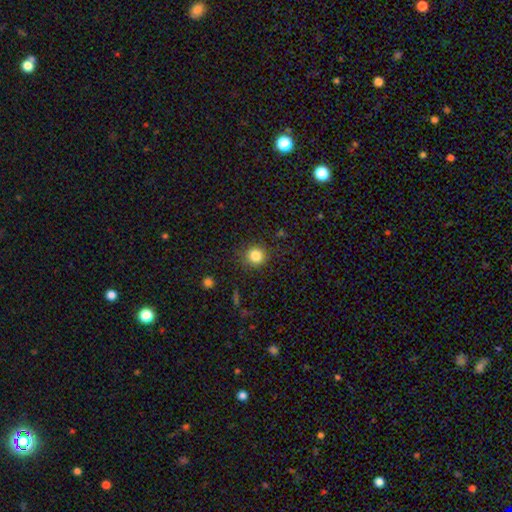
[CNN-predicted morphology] Smooth or featured?
  - smooth: 83% *
  - star or artifact: 11%
  - featured or disk: 5%
How rounded?
  - round: 90% *
  - in between: 9%
  - cigar-shaped: 1%
Merging?
  - none: 87% *
  - minor disturbance: 9%
  - major disturbance: 3%
  - merger: 1%